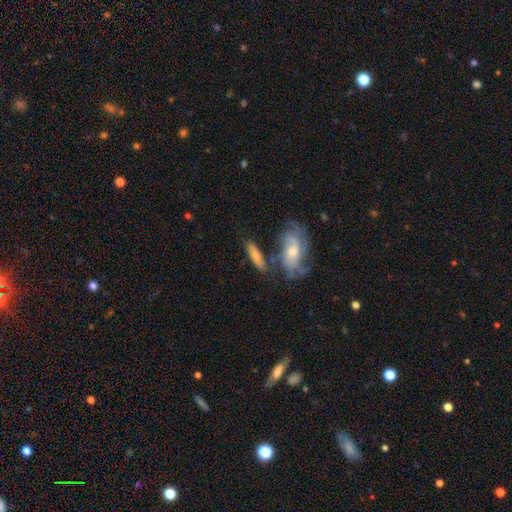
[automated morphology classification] This is possibly a smooth galaxy (60%). How rounded: possibly in between (49%). Merging: likely none (60%).